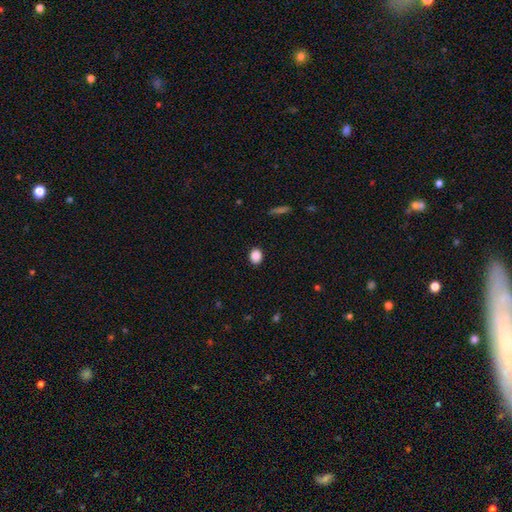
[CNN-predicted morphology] Overall: smooth (87%). How rounded: round (58%; in between 41%). Merging: none (90%).